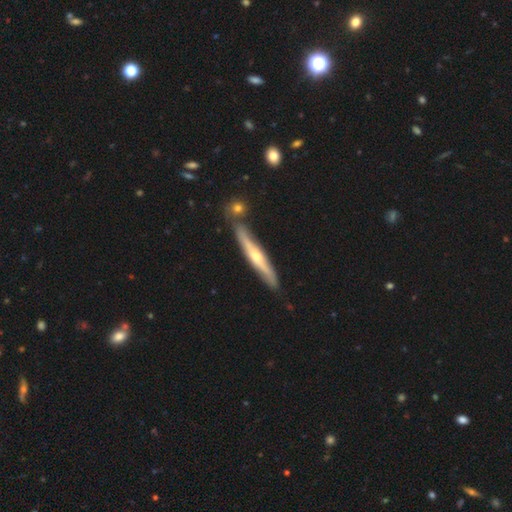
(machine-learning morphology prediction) featured or disk 69%, smooth 26%, star or artifact 5%. Down the decision tree: edge-on disk — yes (92%); edge-on bulge — rounded (84%); merging — none (81%).